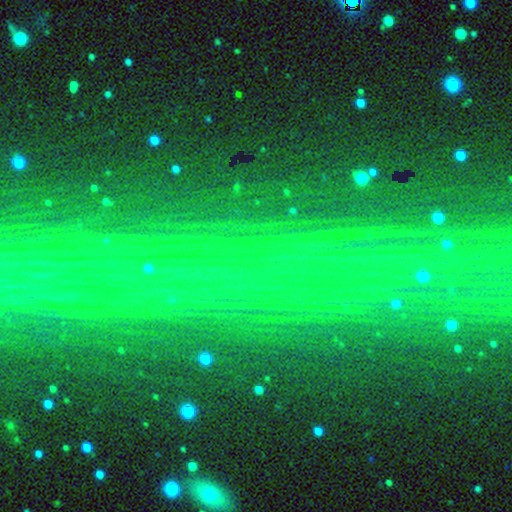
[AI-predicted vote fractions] Smooth or featured? star or artifact (86%)